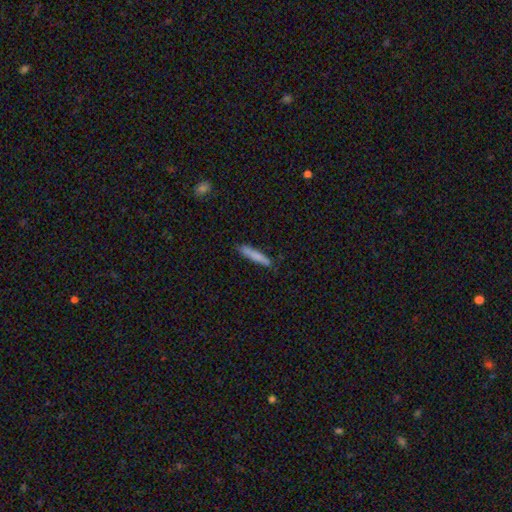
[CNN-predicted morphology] smooth-or-featured: smooth: 79% | featured or disk: 15% | star or artifact: 6%
  how-rounded: cigar-shaped: 90% | in between: 8% | round: 1%
  merging: none: 82% | minor disturbance: 14% | major disturbance: 2% | merger: 2%